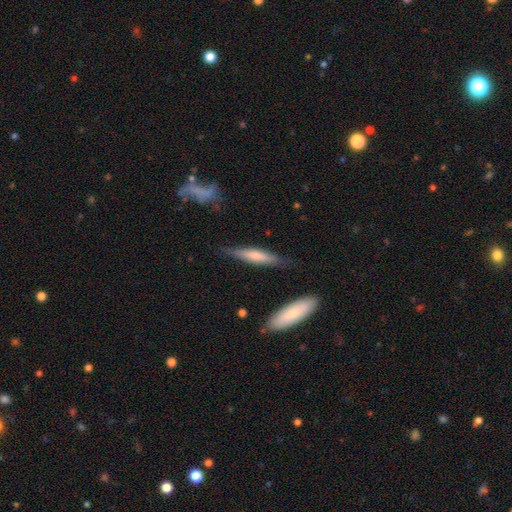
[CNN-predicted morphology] A smooth galaxy with no disk features (58%) that is cigar-shaped (83%). Merging: none (79%).